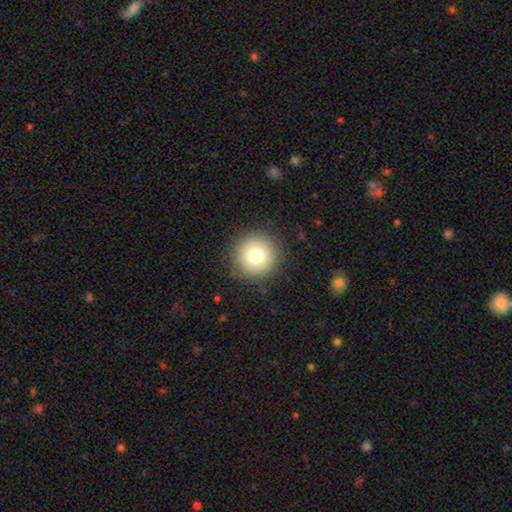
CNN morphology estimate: smooth_or_featured: smooth (p=0.77) [alt: featured or disk p=0.12]
how_rounded: round (p=0.95) [alt: in between p=0.04]
merging: none (p=0.90) [alt: minor disturbance p=0.07]